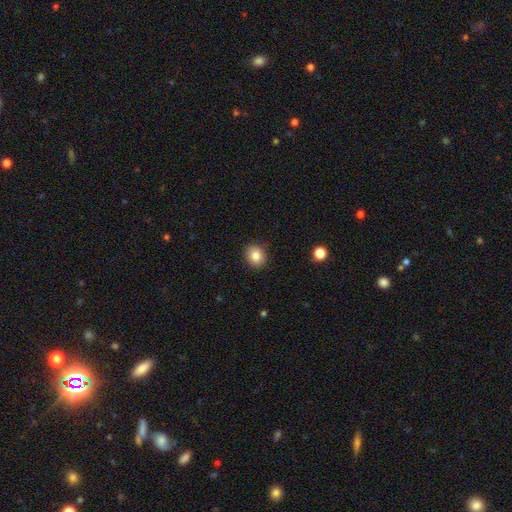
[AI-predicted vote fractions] Smooth or featured: smooth — 83% (star or artifact — 10%)
How rounded: round — 76% (in between — 23%)
Merging: none — 90% (minor disturbance — 7%)